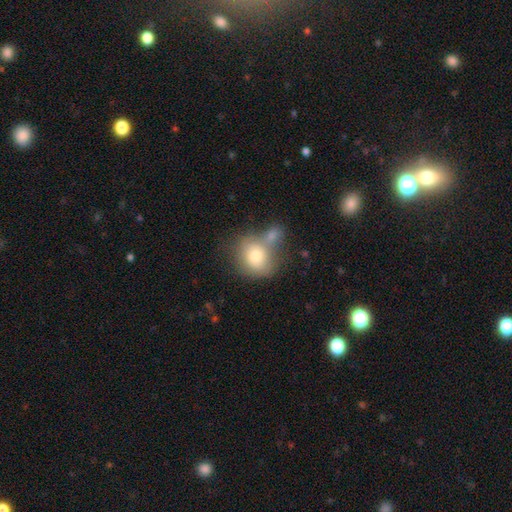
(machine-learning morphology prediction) smooth 74%, featured or disk 17%, star or artifact 9%. Down the decision tree: how rounded — round (71%); merging — merger (40%).